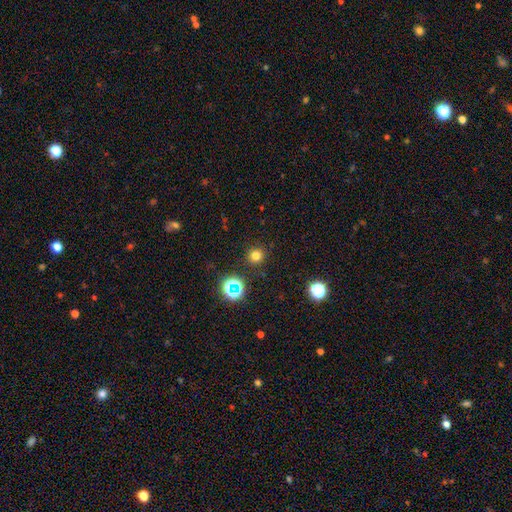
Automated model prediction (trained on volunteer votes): Q: Smooth or featured?
A: smooth (74%); runner-up: star or artifact (20%)
Q: How rounded?
A: round (93%); runner-up: in between (6%)
Q: Merging?
A: none (90%); runner-up: minor disturbance (6%)